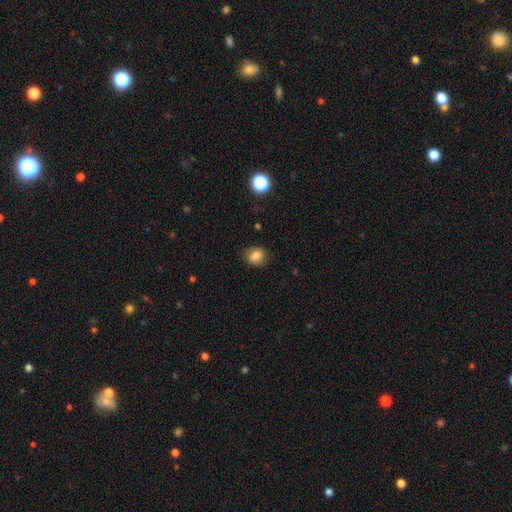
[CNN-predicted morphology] Smooth or featured: smooth — 80% (star or artifact — 11%)
How rounded: round — 63% (in between — 36%)
Merging: none — 82% (minor disturbance — 13%)